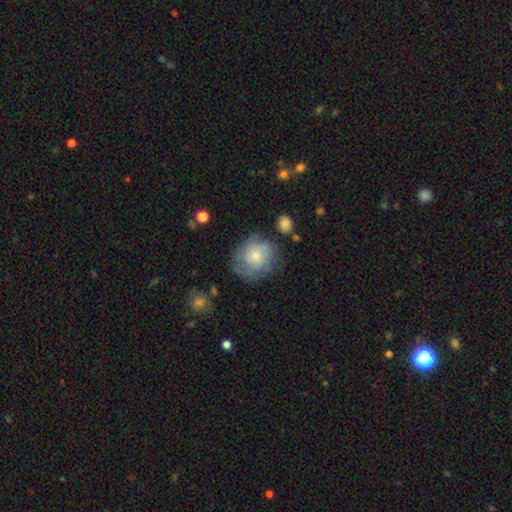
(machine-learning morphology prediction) Smooth or featured: featured or disk — 49% (smooth — 43%)
Merging: none — 65% (minor disturbance — 22%)